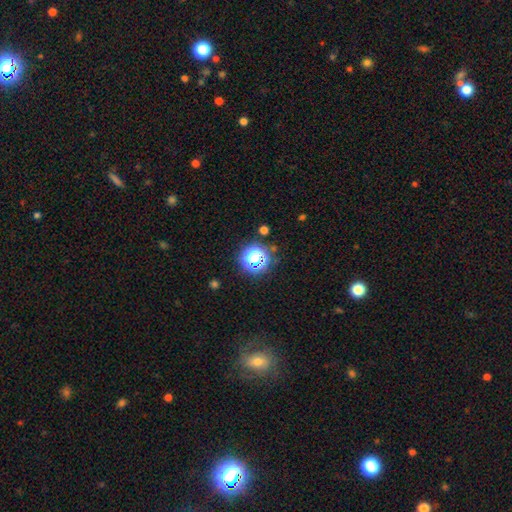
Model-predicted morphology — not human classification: Smooth or featured? star or artifact (64%)